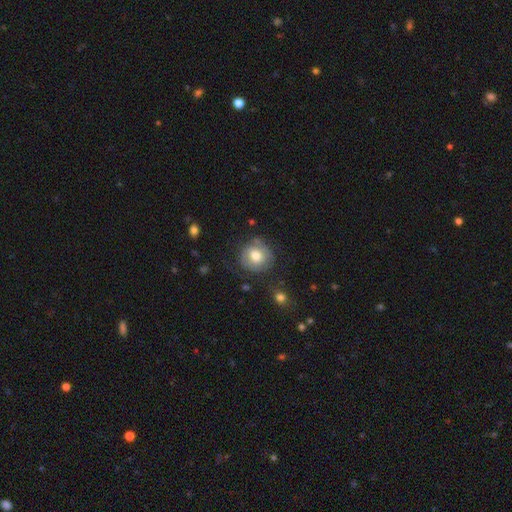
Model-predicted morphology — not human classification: This appears to be a smooth galaxy with no disk features (68%) that is round (87%). Merging: none (68%).